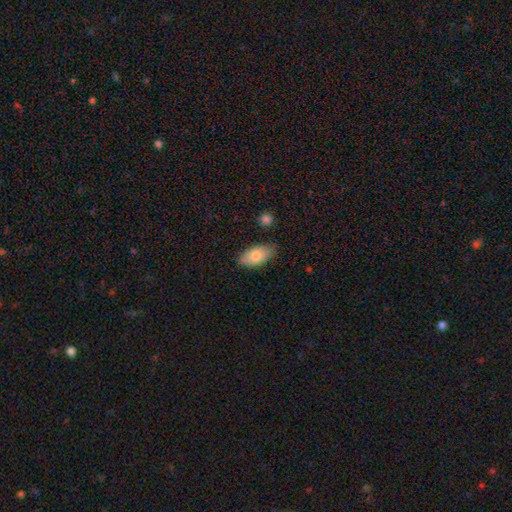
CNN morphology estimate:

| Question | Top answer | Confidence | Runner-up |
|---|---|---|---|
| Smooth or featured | smooth | 80% | featured or disk (14%) |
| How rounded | in between | 93% | cigar-shaped (4%) |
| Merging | none | 79% | minor disturbance (16%) |